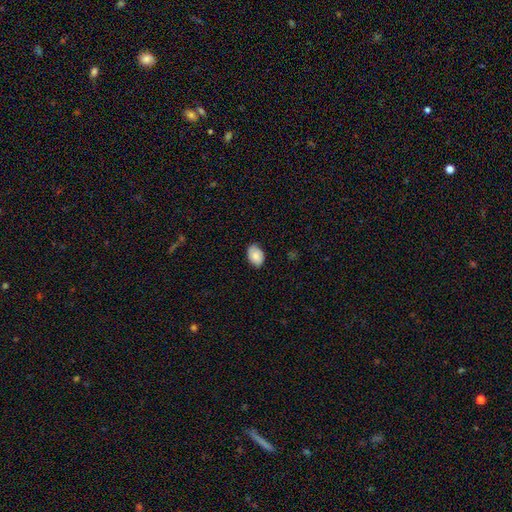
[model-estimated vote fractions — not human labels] A smooth galaxy with no disk features (80%) that is in between round and cigar-shaped (84%). Merging: none (80%).